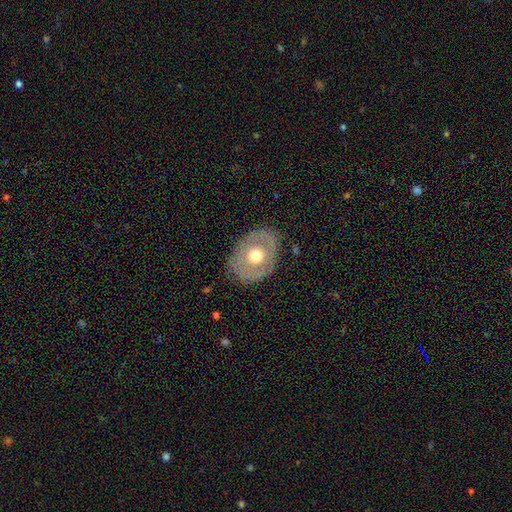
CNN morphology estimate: A smooth galaxy with no disk features (48%).

Vote fractions:
- Smooth or featured? smooth: 48% / featured or disk: 46% / star or artifact: 6%
- Merging? none: 79% / minor disturbance: 15% / major disturbance: 5% / merger: 1%